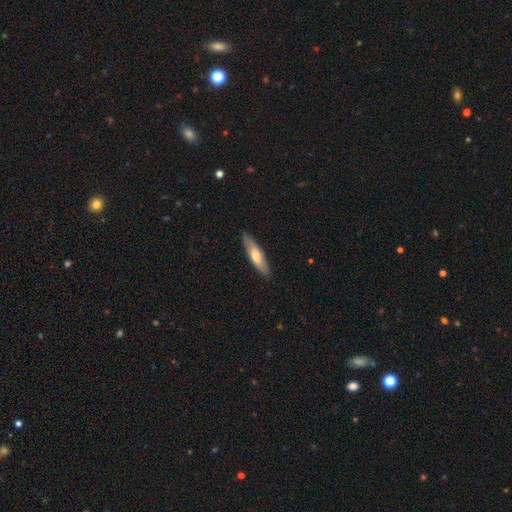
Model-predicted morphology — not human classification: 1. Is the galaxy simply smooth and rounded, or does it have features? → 61% smooth, 34% featured or disk, 5% star or artifact.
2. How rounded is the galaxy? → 75% cigar-shaped, 24% in between, 2% round.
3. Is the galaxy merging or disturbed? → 87% none, 10% minor disturbance, 2% major disturbance, 1% merger.